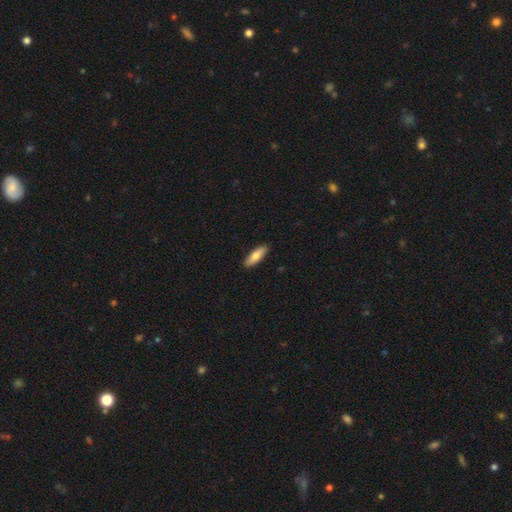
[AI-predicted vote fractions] This is likely a smooth galaxy (76%). How rounded: possibly in between (50%). Merging: clearly none (90%).